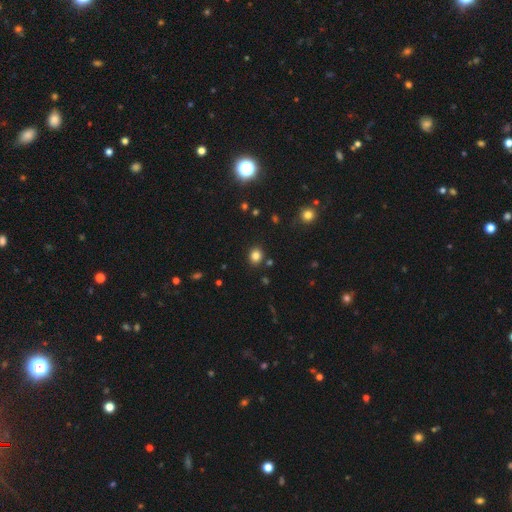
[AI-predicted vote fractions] This appears to be a smooth galaxy with no disk features (81%) that is round (67%). Merging: none (86%).